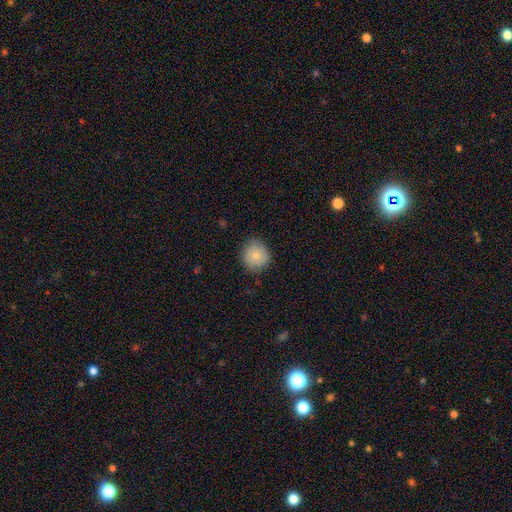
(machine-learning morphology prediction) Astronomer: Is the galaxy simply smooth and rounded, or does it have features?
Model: smooth — 82%.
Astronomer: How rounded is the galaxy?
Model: round — 89%.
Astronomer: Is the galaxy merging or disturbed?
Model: none — 79%.